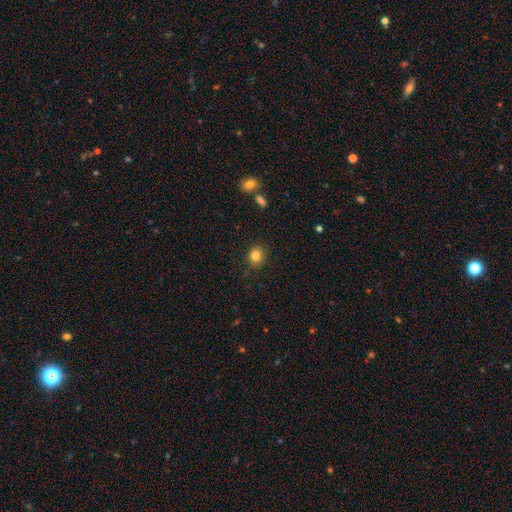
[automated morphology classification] smooth-or-featured: smooth: 83% | star or artifact: 11% | featured or disk: 6%
  how-rounded: round: 76% | in between: 23% | cigar-shaped: 1%
  merging: none: 89% | minor disturbance: 7% | major disturbance: 2% | merger: 1%